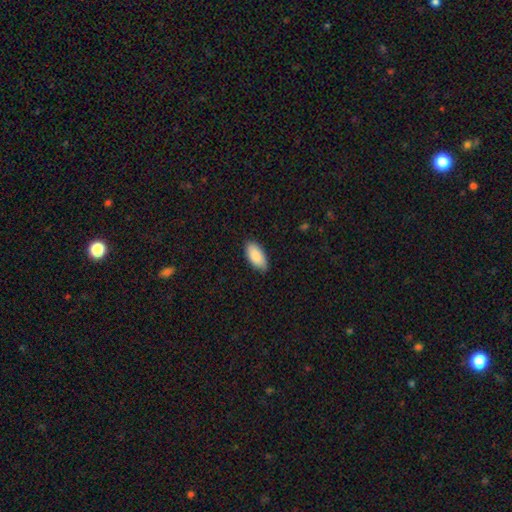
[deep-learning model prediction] smooth-or-featured: smooth: 89% | star or artifact: 6% | featured or disk: 5%
  how-rounded: in between: 93% | cigar-shaped: 6% | round: 2%
  merging: none: 83% | minor disturbance: 14% | major disturbance: 2% | merger: 1%